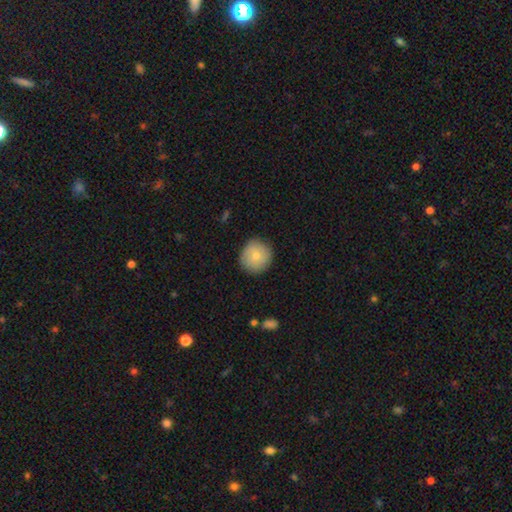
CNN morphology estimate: type=smooth (74%); roundness=round (93%); merging=none (85%).